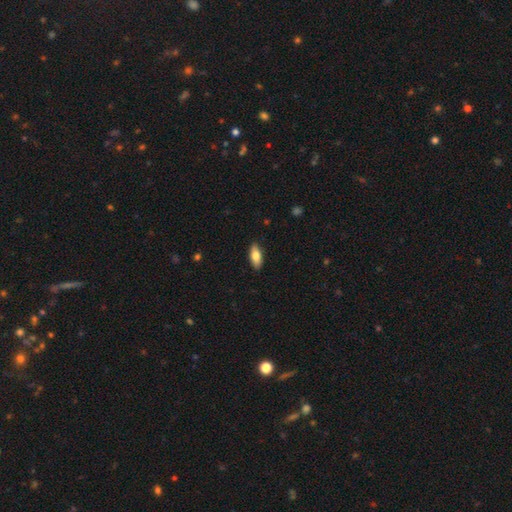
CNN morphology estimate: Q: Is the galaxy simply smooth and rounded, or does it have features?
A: smooth — 76%.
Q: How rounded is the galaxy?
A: in between — 80%.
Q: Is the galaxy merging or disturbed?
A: none — 89%.